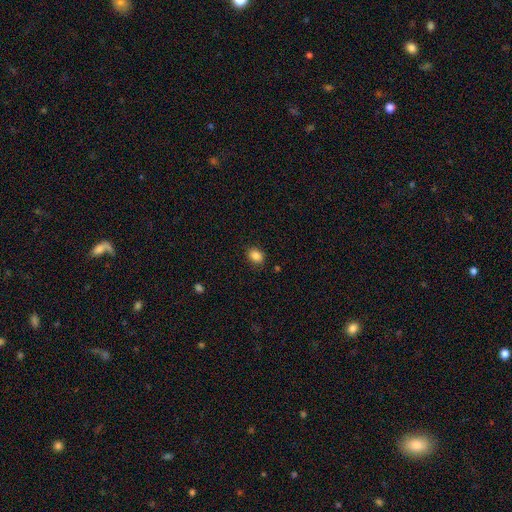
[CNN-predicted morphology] Smooth or featured? smooth (86%)
How rounded? in between (55%)
Merging? none (86%)